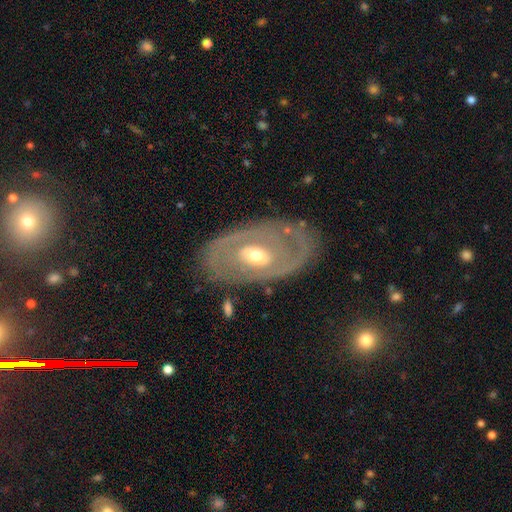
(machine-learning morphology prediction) The model was most divided on "spiral arms": no: 62%, yes: 38%. More confident: edge-on disk — no (91%); merging — none (78%); smooth or featured — featured or disk (72%); bulge size — moderate (66%); bar — no (65%).